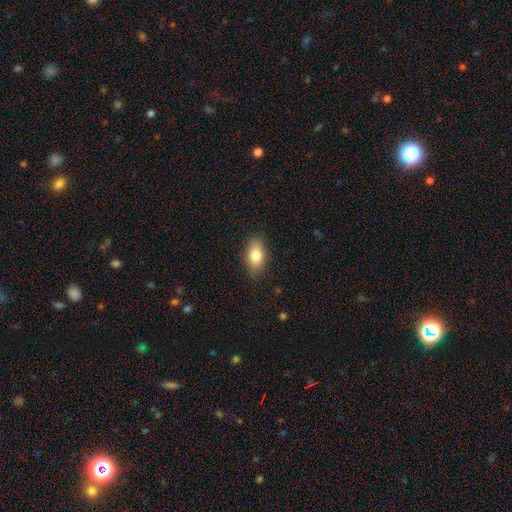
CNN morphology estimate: The model was most divided on "smooth or featured": smooth: 80%, featured or disk: 12%, star or artifact: 8%. More confident: how rounded — in between (88%); merging — none (85%).